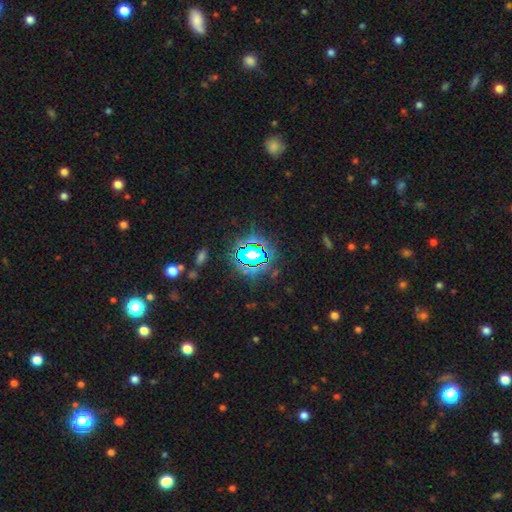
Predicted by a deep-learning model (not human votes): Q: Smooth or featured?
A: star or artifact (78%); runner-up: smooth (13%)